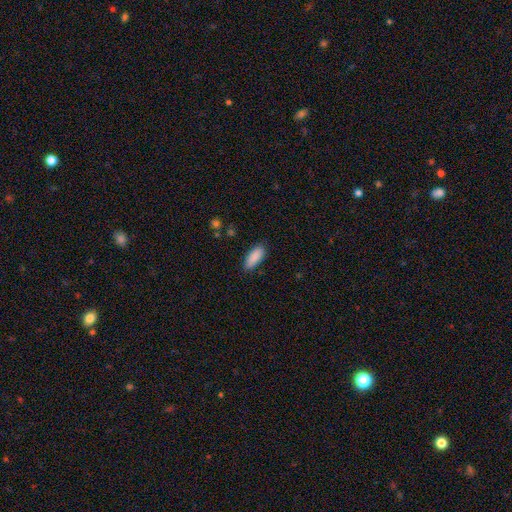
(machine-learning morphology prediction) A smooth galaxy with no disk features (90%) that is in between round and cigar-shaped (79%).

Vote fractions:
- Smooth or featured? smooth: 90% / star or artifact: 6% / featured or disk: 4%
- How rounded? in between: 79% / cigar-shaped: 19% / round: 2%
- Merging? none: 86% / minor disturbance: 10% / major disturbance: 2% / merger: 1%